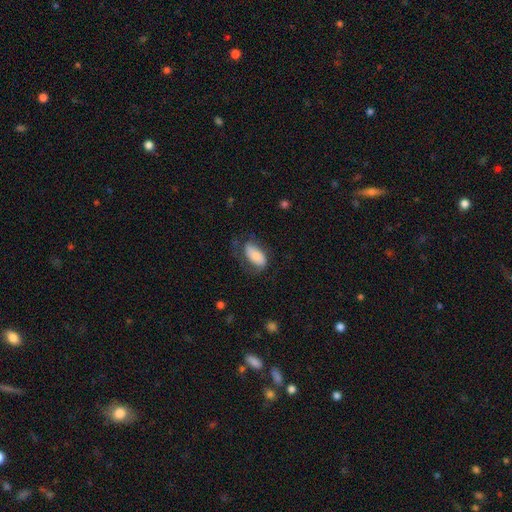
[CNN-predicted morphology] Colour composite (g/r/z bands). It shows a smooth galaxy with no disk features (70%) that is in between round and cigar-shaped (91%). Merging: none (50%).